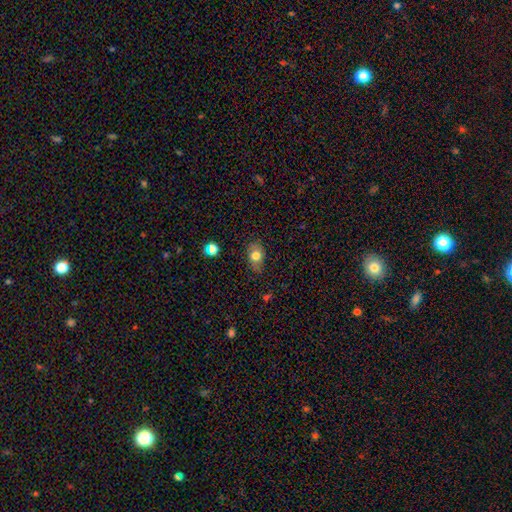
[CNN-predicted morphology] A smooth galaxy with no disk features (74%) that is in between round and cigar-shaped (76%). Merging: none (72%).